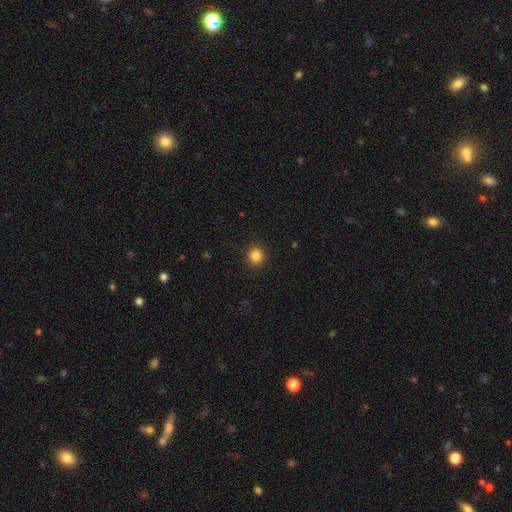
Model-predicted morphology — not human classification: Smooth or featured: smooth — 85% (star or artifact — 11%)
How rounded: round — 89% (in between — 10%)
Merging: none — 92% (minor disturbance — 5%)